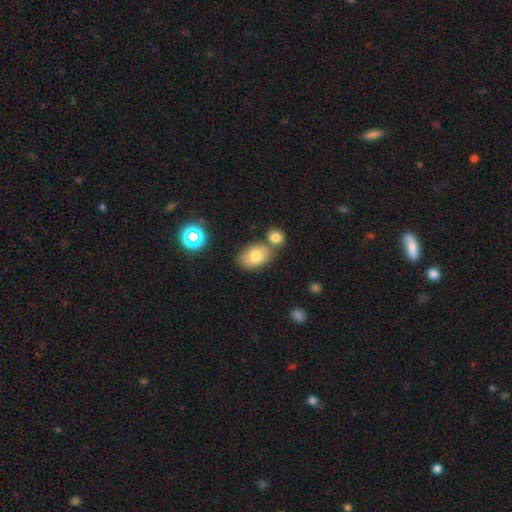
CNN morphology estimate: smooth 76%, featured or disk 14%, star or artifact 10%. Down the decision tree: how rounded — in between (82%); merging — none (61%).